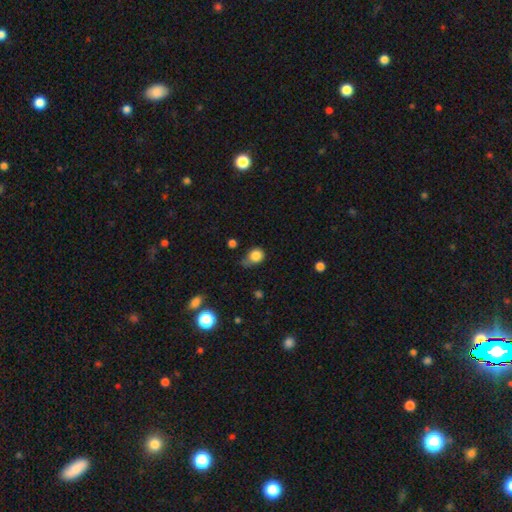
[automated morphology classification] Q: Smooth or featured?
A: smooth (84%); runner-up: star or artifact (10%)
Q: How rounded?
A: round (74%); runner-up: in between (25%)
Q: Merging?
A: none (46%); runner-up: minor disturbance (35%)